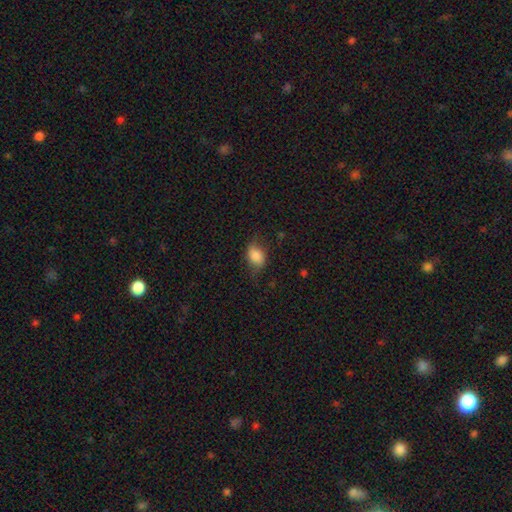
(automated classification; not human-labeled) A smooth galaxy with no disk features (80%) that is in between round and cigar-shaped (75%). Merging: none (62%).